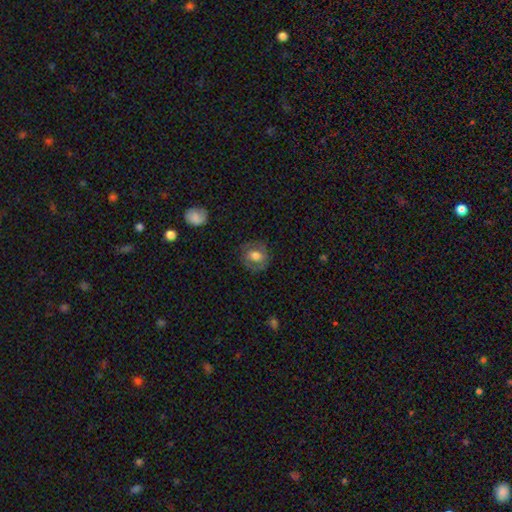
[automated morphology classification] Smooth or featured: smooth — 54% (featured or disk — 38%)
How rounded: round — 73% (in between — 25%)
Merging: none — 76% (minor disturbance — 16%)